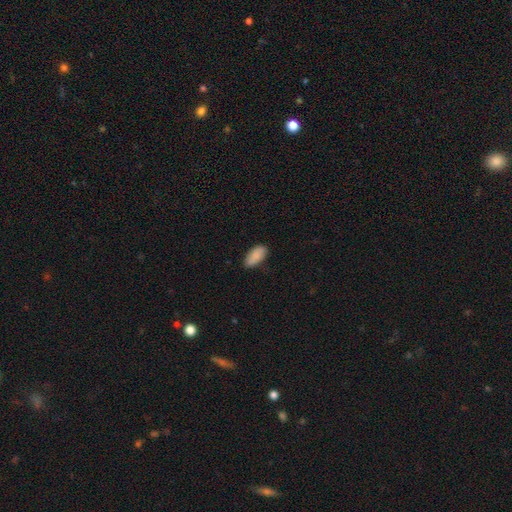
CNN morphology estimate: smooth-or-featured: smooth: 87% | featured or disk: 7% | star or artifact: 7%
  how-rounded: in between: 91% | cigar-shaped: 7% | round: 2%
  merging: none: 79% | minor disturbance: 17% | major disturbance: 3% | merger: 1%